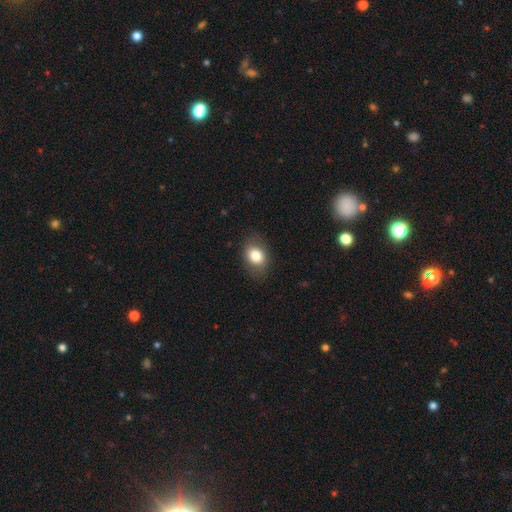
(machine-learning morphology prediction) Overall: smooth (80%). How rounded: in between (68%; round 31%). Merging: none (81%).